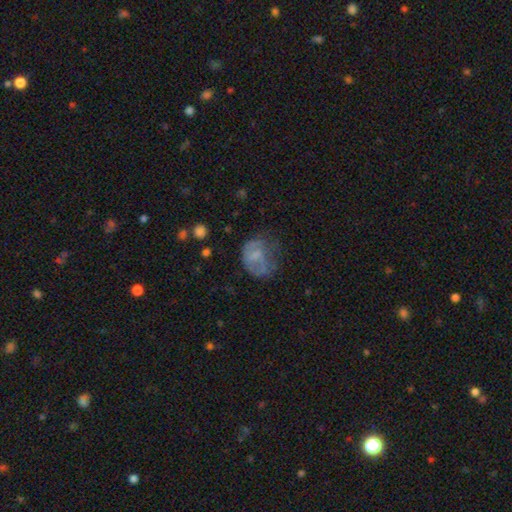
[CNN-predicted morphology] A smooth galaxy with no disk features (52%) that is in between round and cigar-shaped (52%). Merging: none (36%).